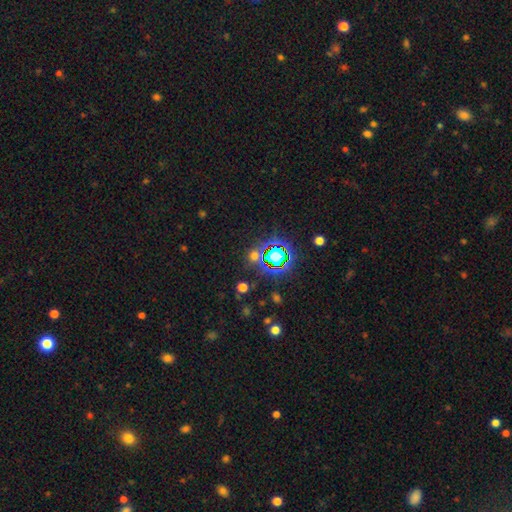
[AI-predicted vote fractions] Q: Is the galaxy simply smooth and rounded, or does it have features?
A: star or artifact — 70%.